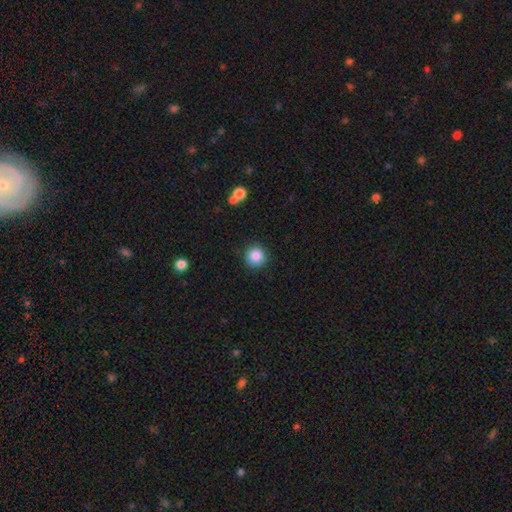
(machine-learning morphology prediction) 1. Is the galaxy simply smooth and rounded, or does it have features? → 86% smooth, 10% star or artifact, 4% featured or disk.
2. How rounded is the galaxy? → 94% round, 5% in between, 1% cigar-shaped.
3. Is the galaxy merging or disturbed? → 89% none, 7% minor disturbance, 2% major disturbance, 2% merger.